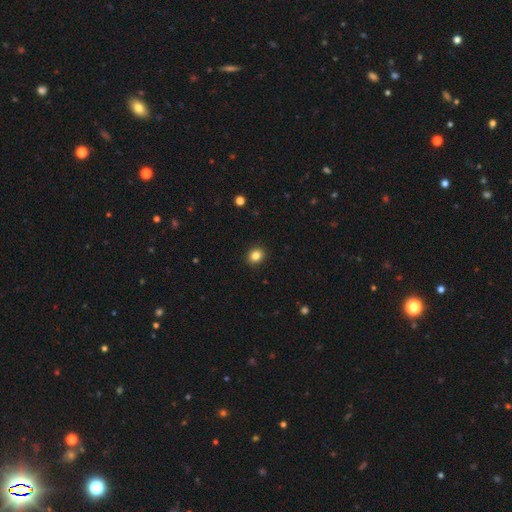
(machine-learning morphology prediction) A smooth galaxy with no disk features (84%) that is round (72%). Merging: none (92%).